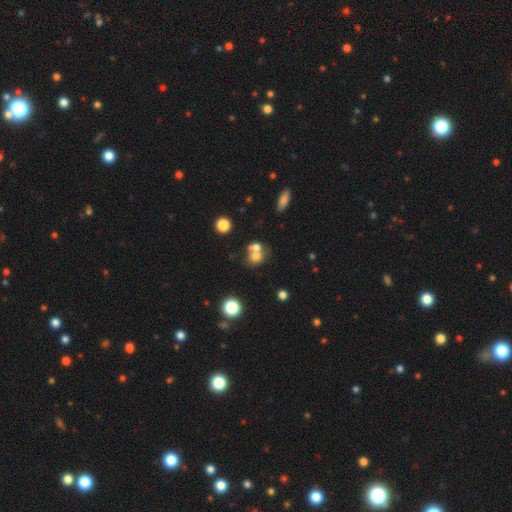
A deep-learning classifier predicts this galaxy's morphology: Overall: smooth (65%). How rounded: round (70%). Merging: merger (56%; none 33%).